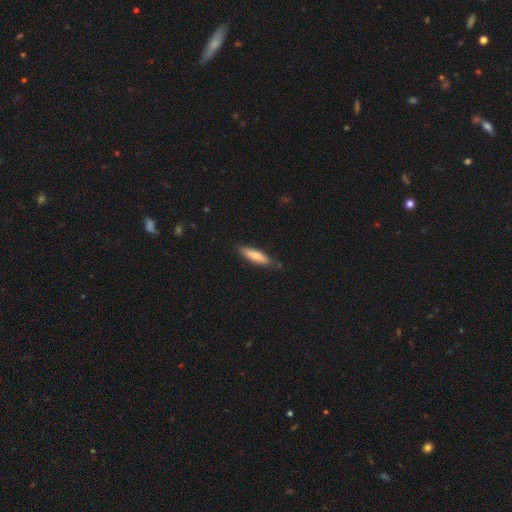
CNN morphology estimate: Q: Smooth or featured?
A: smooth (74%); runner-up: featured or disk (20%)
Q: How rounded?
A: cigar-shaped (63%); runner-up: in between (35%)
Q: Merging?
A: none (82%); runner-up: minor disturbance (14%)